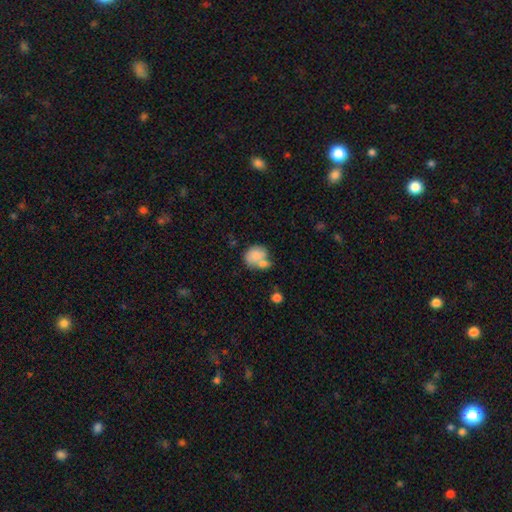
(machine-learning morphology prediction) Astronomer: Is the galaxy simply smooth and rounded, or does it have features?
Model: smooth — 78%.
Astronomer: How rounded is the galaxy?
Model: round — 56% (runner-up: in between, 43%).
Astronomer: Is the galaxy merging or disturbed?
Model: merger — 45% (runner-up: none, 34%).